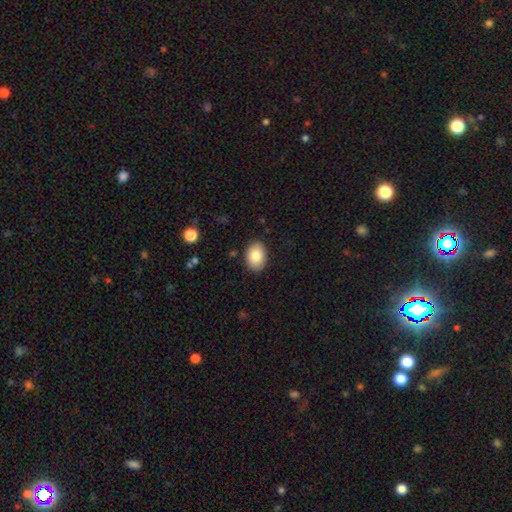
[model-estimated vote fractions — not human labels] This is clearly a smooth galaxy (83%). How rounded: likely in between (78%). Merging: clearly none (88%).